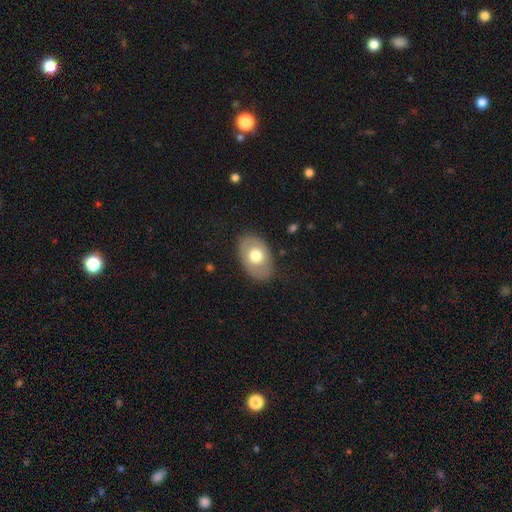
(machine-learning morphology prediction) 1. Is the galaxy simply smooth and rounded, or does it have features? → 64% smooth, 30% featured or disk, 6% star or artifact.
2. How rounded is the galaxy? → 84% in between, 15% round, 1% cigar-shaped.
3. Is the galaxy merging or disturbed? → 82% none, 13% minor disturbance, 4% major disturbance, 1% merger.